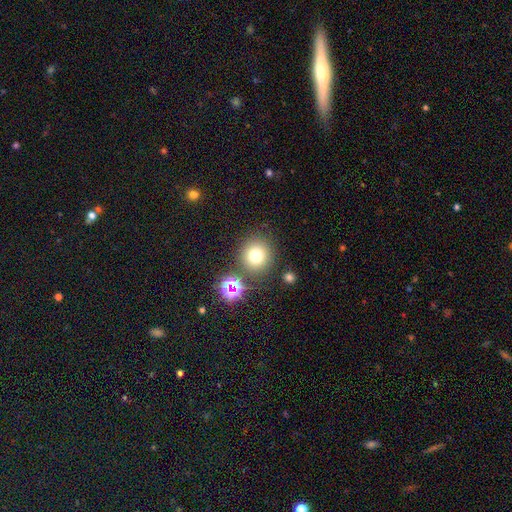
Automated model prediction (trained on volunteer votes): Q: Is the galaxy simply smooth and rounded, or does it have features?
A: smooth — 73%.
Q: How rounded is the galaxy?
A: round — 93%.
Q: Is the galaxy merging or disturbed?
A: none — 82%.